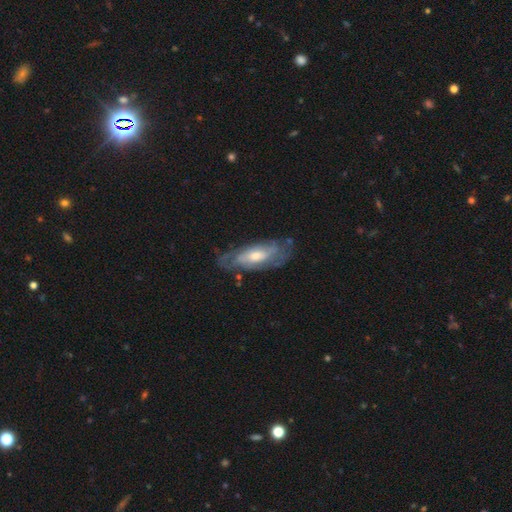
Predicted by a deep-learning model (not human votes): smooth-or-featured: featured or disk: 69% | smooth: 25% | star or artifact: 6%
  disk-edge-on: no: 81% | yes: 19%
    bar: no: 62% | weak: 31% | strong: 7%
    has-spiral-arms: yes: 76% | no: 24%
    bulge-size: moderate: 60% | small: 23% | large: 13% | none: 2% | dominant: 1%
  merging: none: 66% | minor disturbance: 23% | major disturbance: 9% | merger: 2%